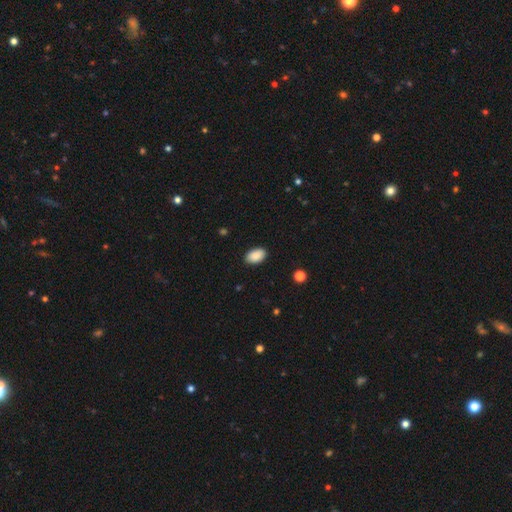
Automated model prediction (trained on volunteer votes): A smooth galaxy with no disk features (89%) that is in between round and cigar-shaped (93%). Merging: none (89%).